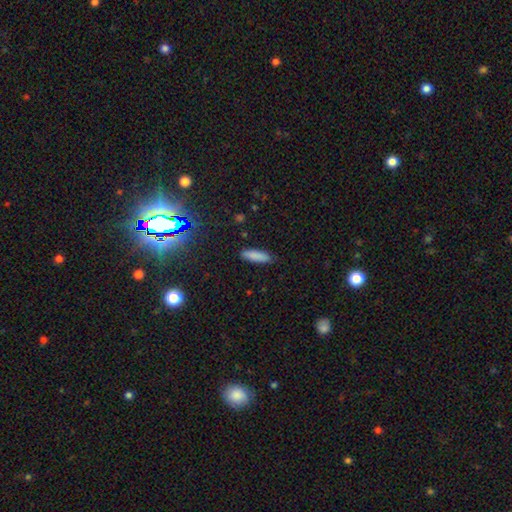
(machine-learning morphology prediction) type=smooth (85%); roundness=cigar-shaped (61%); merging=none (85%).